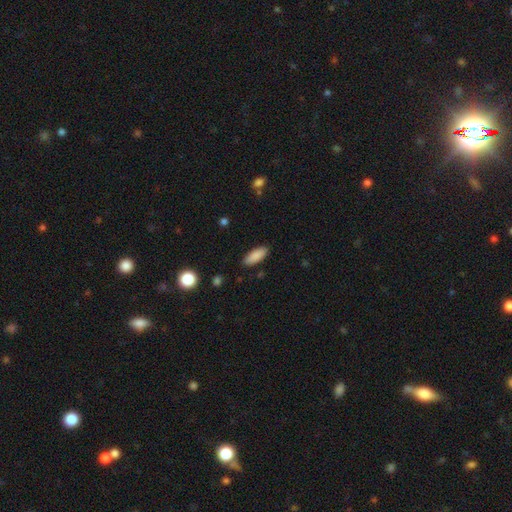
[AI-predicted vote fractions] smooth-or-featured: smooth: 88% | star or artifact: 7% | featured or disk: 5%
  how-rounded: in between: 70% | cigar-shaped: 28% | round: 2%
  merging: none: 88% | minor disturbance: 9% | major disturbance: 2% | merger: 1%